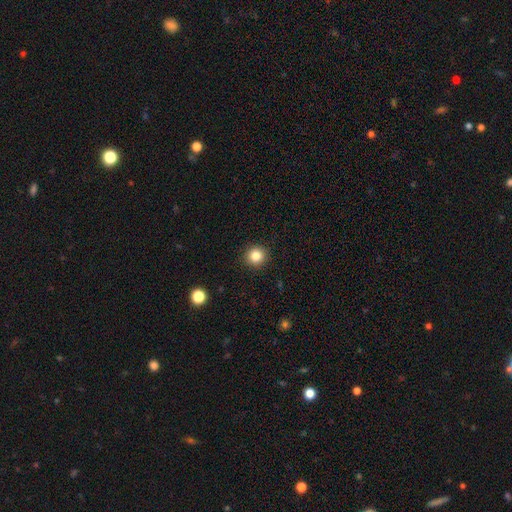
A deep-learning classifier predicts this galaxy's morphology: Smooth or featured? Predicted: smooth (p=0.85). How rounded? Predicted: round (p=0.93). Merging? Predicted: none (p=0.92).